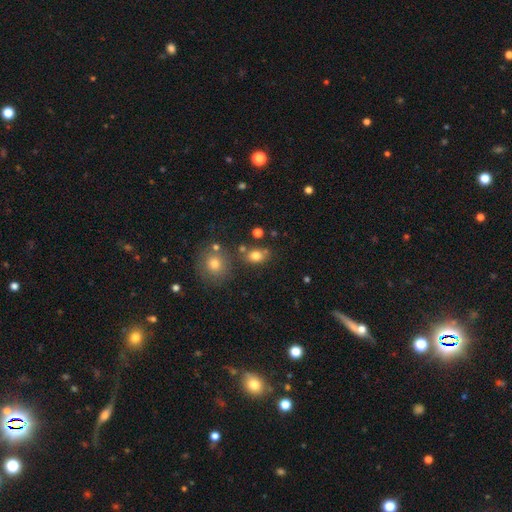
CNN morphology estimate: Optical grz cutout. It shows a smooth galaxy with no disk features (78%) that is in between round and cigar-shaped (61%). Merging: none (67%).